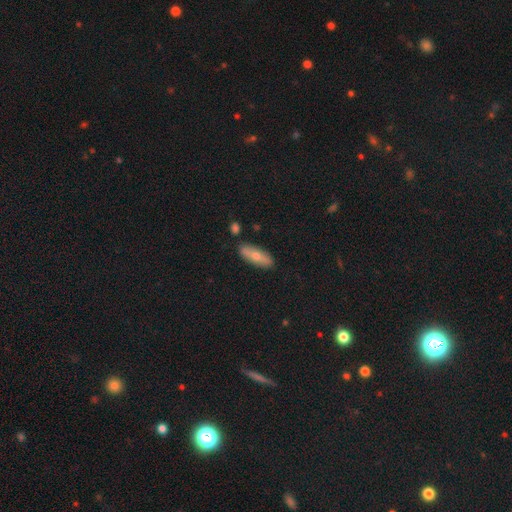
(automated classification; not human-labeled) A smooth galaxy with no disk features (64%) that is in between round and cigar-shaped (60%).

Vote fractions:
- Smooth or featured? smooth: 64% / featured or disk: 30% / star or artifact: 6%
- How rounded? in between: 60% / cigar-shaped: 37% / round: 3%
- Merging? none: 84% / minor disturbance: 11% / merger: 3% / major disturbance: 2%